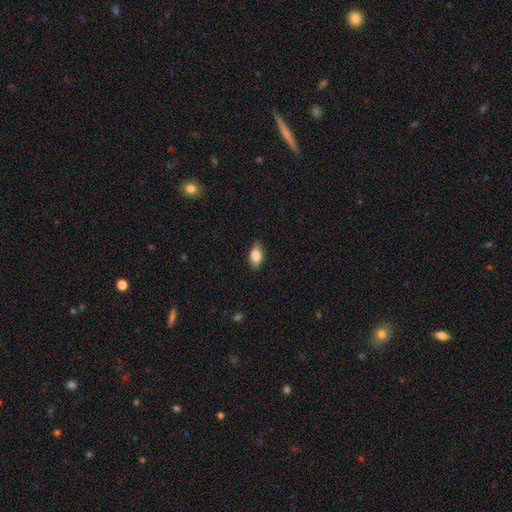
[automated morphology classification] Smooth or featured? smooth (82%)
How rounded? in between (89%)
Merging? none (87%)